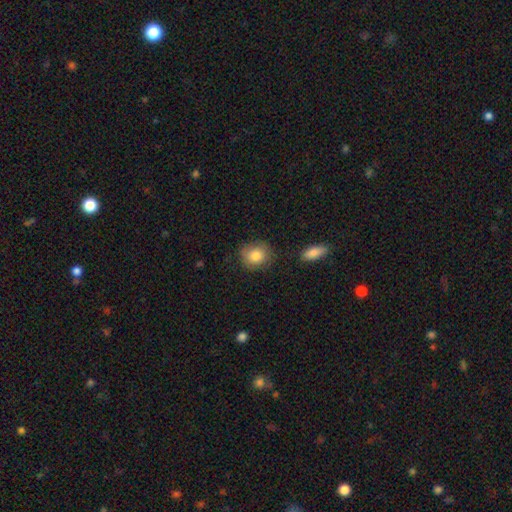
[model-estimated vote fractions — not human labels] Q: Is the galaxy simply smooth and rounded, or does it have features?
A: smooth — 83%.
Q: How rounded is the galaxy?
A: round — 72%.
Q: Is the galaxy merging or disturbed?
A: none — 78%.